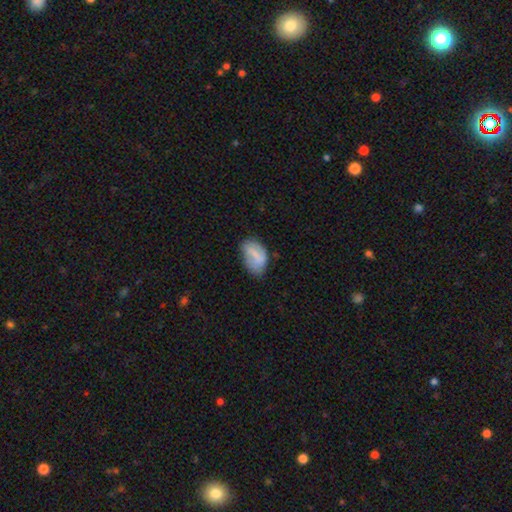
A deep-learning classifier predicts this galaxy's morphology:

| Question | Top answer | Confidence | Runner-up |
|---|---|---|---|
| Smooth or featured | smooth | 65% | featured or disk (27%) |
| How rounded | in between | 91% | round (7%) |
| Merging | none | 53% | minor disturbance (33%) |